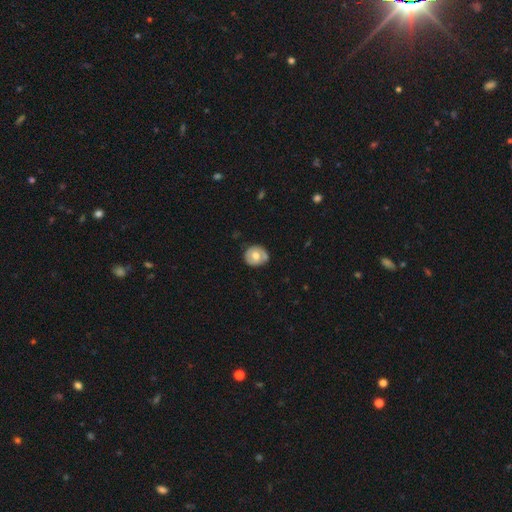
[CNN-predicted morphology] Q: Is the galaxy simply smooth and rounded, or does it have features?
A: smooth — 57%.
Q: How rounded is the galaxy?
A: round — 79%.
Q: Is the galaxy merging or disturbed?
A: none — 72%.